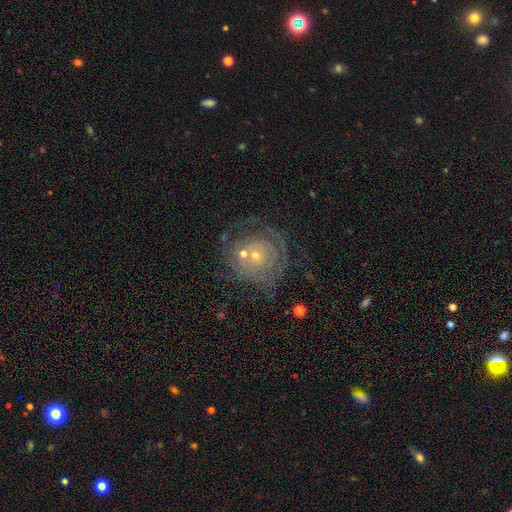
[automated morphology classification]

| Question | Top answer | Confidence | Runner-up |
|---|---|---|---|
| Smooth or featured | featured or disk | 77% | smooth (14%) |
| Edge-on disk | no | 97% | yes (3%) |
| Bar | no | 83% | weak (13%) |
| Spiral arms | yes | 84% | no (16%) |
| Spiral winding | tight | 80% | medium (15%) |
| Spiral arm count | can't tell | 47% | 2 (19%) |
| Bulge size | small | 73% | moderate (23%) |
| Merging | none | 62% | minor disturbance (15%) |